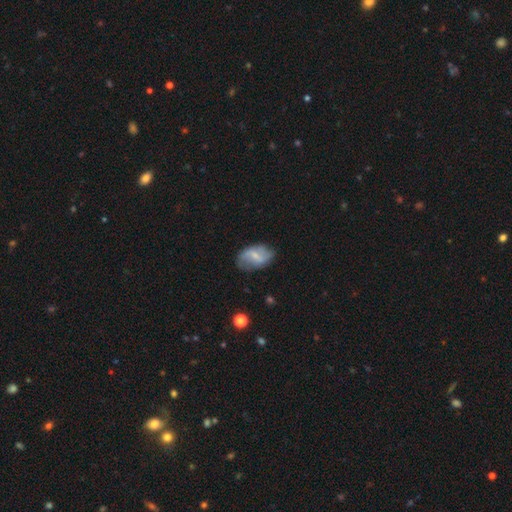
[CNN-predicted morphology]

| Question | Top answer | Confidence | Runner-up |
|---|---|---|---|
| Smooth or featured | featured or disk | 54% | smooth (39%) |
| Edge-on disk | no | 96% | yes (4%) |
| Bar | weak | 51% | no (26%) |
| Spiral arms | yes | 74% | no (26%) |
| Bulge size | small | 61% | moderate (25%) |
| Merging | none | 68% | minor disturbance (23%) |